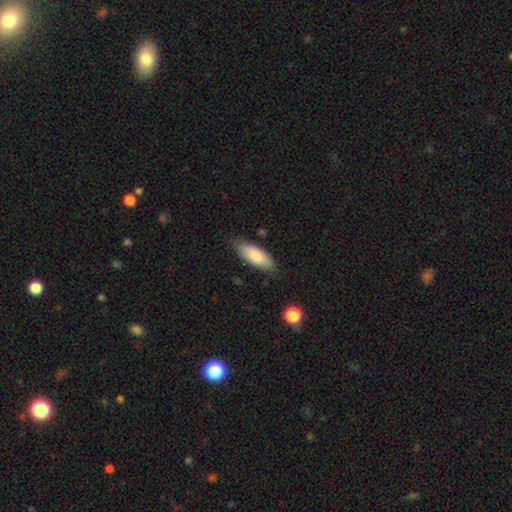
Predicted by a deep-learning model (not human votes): Morphology: type=smooth (82%); roundness=in between (75%); merging=none (76%).